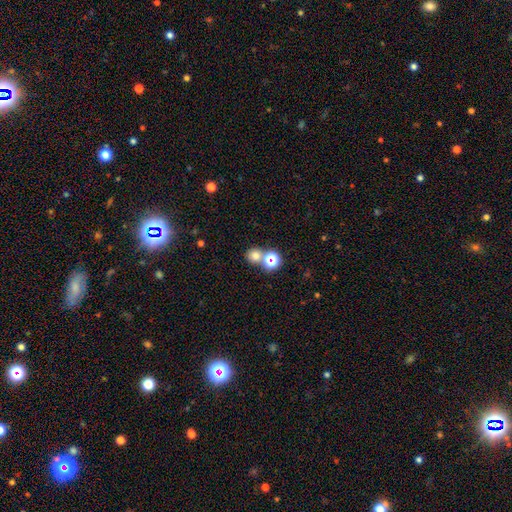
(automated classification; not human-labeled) smooth-or-featured: smooth: 71% | star or artifact: 21% | featured or disk: 8%
  how-rounded: round: 82% | in between: 17% | cigar-shaped: 1%
  merging: none: 62% | merger: 28% | minor disturbance: 7% | major disturbance: 3%